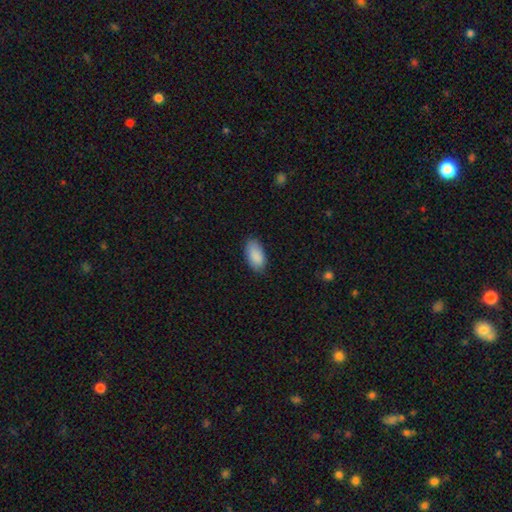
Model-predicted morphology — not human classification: smooth_or_featured: smooth (p=0.90) [alt: star or artifact p=0.06]
how_rounded: in between (p=0.94) [alt: cigar-shaped p=0.03]
merging: none (p=0.82) [alt: minor disturbance p=0.14]